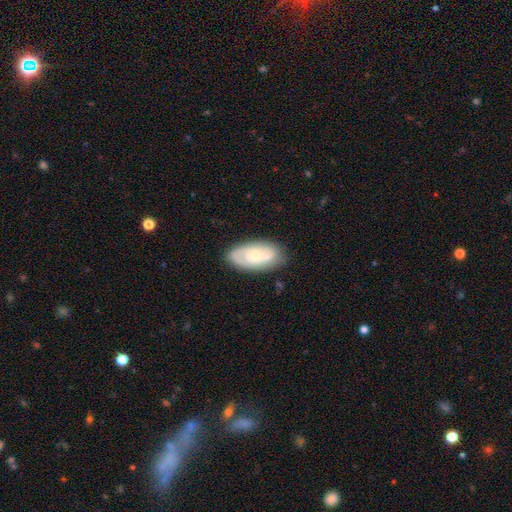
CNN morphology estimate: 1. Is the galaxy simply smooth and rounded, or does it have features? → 59% featured or disk, 35% smooth, 6% star or artifact.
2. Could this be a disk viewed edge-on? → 93% no, 7% yes.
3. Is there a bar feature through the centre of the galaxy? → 74% no, 22% weak, 4% strong.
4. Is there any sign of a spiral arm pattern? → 77% yes, 23% no.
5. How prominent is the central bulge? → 56% small, 38% moderate, 2% large, 2% none, 1% dominant.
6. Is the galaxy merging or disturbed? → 78% none, 16% minor disturbance, 4% major disturbance, 2% merger.